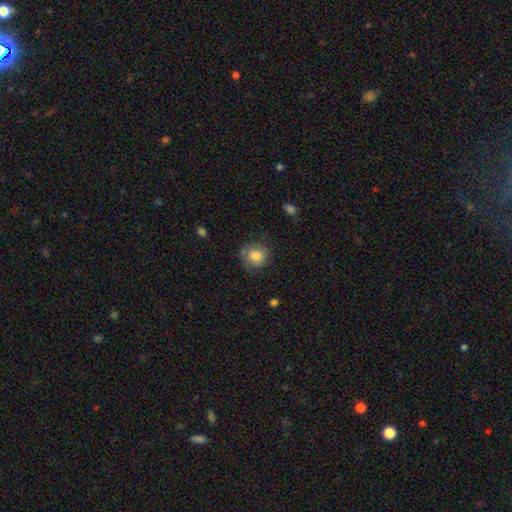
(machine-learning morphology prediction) Smooth or featured? Predicted: smooth (p=0.80). How rounded? Predicted: round (p=0.85). Merging? Predicted: none (p=0.68).